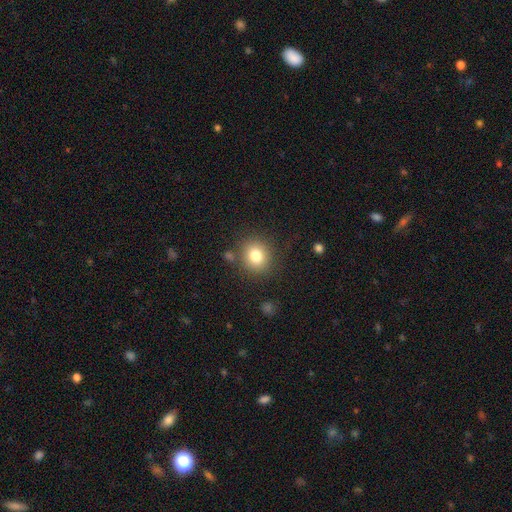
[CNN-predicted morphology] smooth-or-featured: smooth: 80% | star or artifact: 11% | featured or disk: 9%
  how-rounded: round: 80% | in between: 19% | cigar-shaped: 1%
  merging: none: 83% | minor disturbance: 9% | merger: 4% | major disturbance: 4%